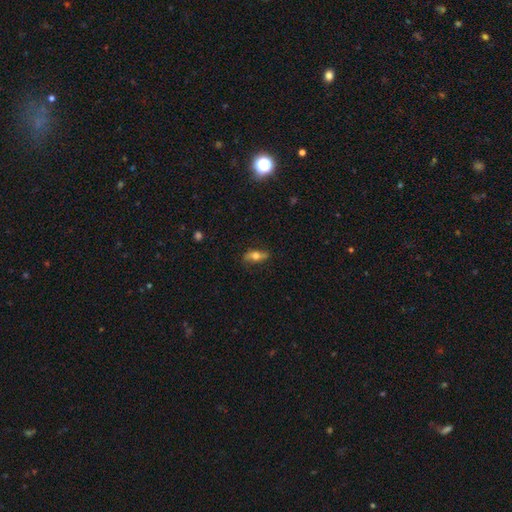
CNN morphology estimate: A smooth galaxy with no disk features (52%) that is in between round and cigar-shaped (67%).

Vote fractions:
- Smooth or featured? smooth: 52% / featured or disk: 40% / star or artifact: 8%
- How rounded? in between: 67% / cigar-shaped: 27% / round: 6%
- Merging? none: 76% / minor disturbance: 18% / major disturbance: 5% / merger: 1%